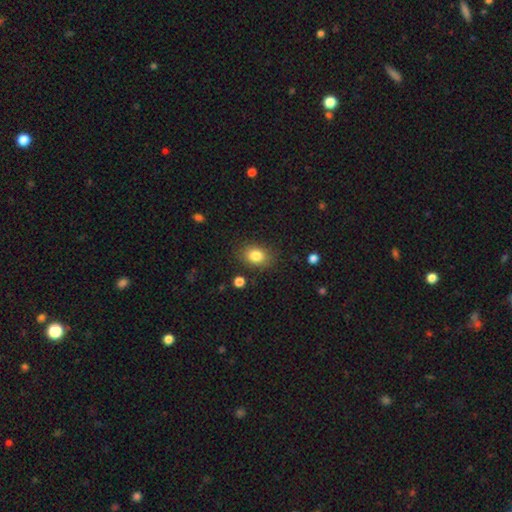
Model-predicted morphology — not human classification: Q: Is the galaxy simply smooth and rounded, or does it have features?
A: smooth — 83%.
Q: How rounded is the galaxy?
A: in between — 66%.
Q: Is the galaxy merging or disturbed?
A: none — 82%.